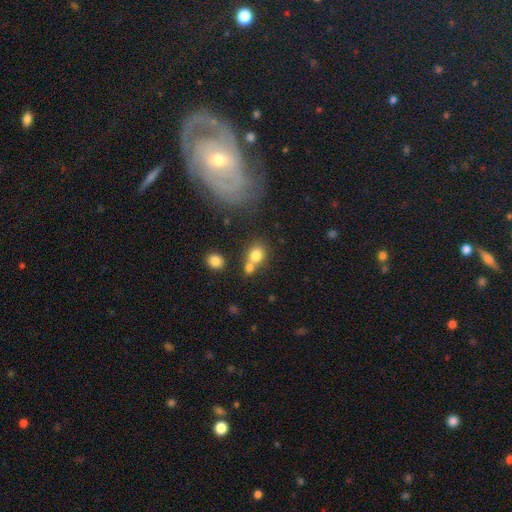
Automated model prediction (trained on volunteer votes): Smooth or featured? Predicted: smooth (p=0.78). How rounded? Predicted: round (p=0.63). Merging? Predicted: merger (p=0.45).